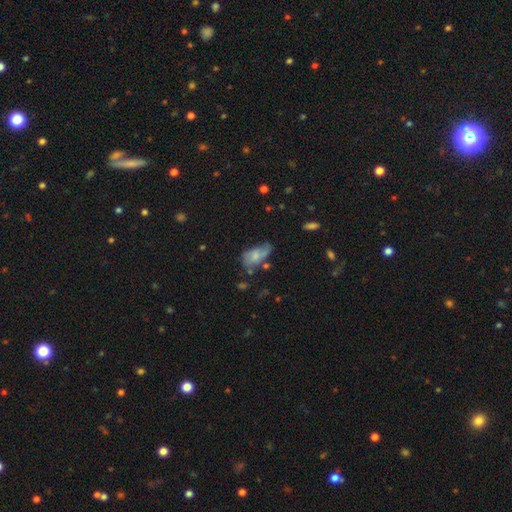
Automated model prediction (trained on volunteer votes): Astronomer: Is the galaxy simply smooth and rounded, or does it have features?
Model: smooth — 56% (runner-up: featured or disk, 35%).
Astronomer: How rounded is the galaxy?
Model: in between — 90%.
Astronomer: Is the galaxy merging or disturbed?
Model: minor disturbance — 35% (runner-up: none, 34%).